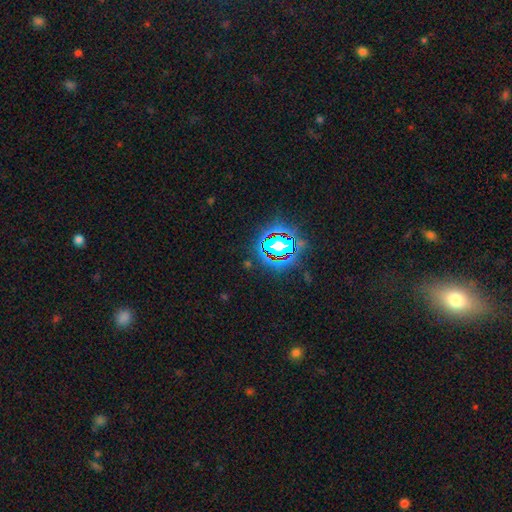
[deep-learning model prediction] A star or artifact, not a galaxy (80%).

Vote fractions:
- Smooth or featured? star or artifact: 80% / smooth: 12% / featured or disk: 8%